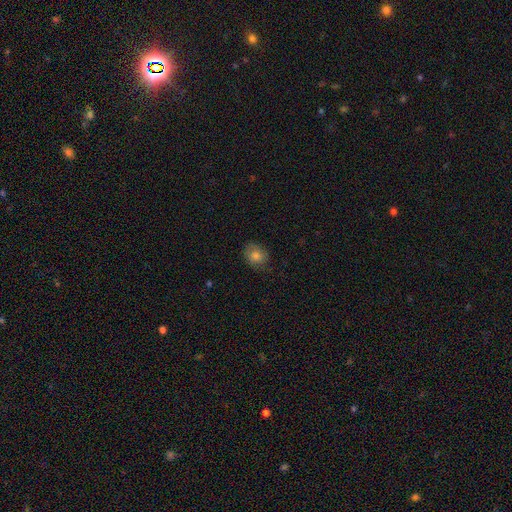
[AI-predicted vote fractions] Smooth or featured? Predicted: smooth (p=0.78). How rounded? Predicted: round (p=0.57). Merging? Predicted: none (p=0.78).